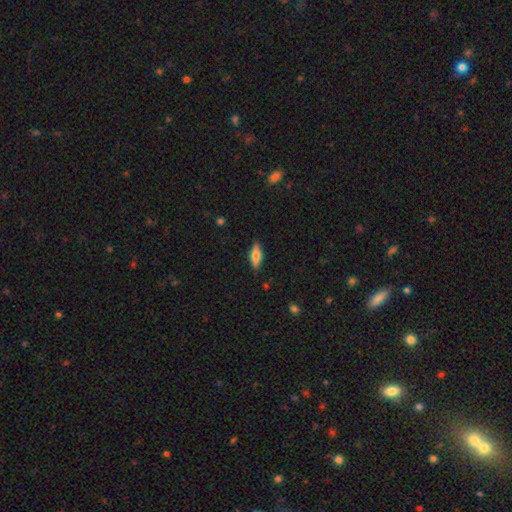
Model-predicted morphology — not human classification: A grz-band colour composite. It shows a smooth galaxy with no disk features (54%) that is in between round and cigar-shaped (54%). Merging: none (86%).